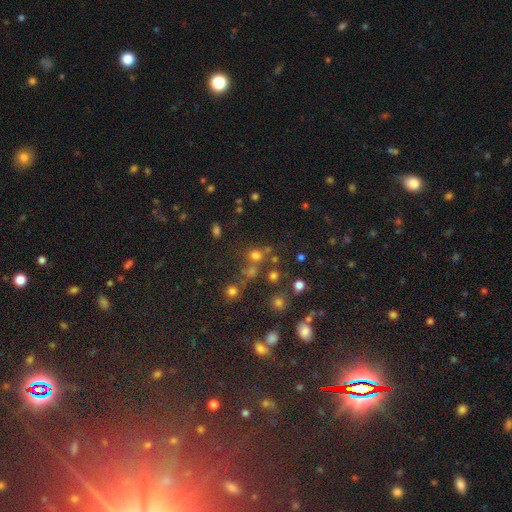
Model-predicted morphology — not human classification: Smooth or featured: smooth — 66% (star or artifact — 25%)
How rounded: round — 85% (in between — 14%)
Merging: none — 63% (merger — 21%)